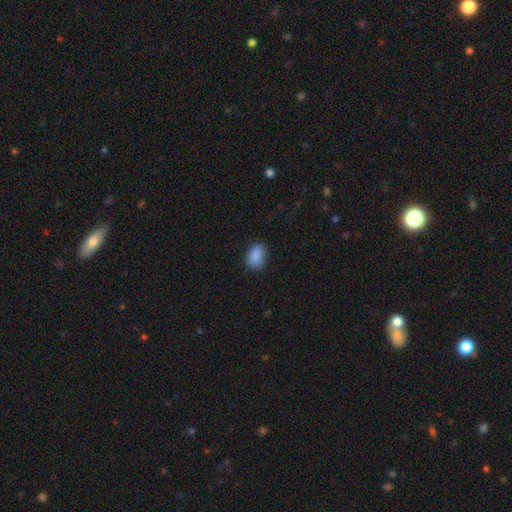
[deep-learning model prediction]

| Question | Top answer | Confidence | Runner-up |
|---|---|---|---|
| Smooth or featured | smooth | 88% | star or artifact (8%) |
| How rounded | in between | 76% | round (23%) |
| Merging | none | 76% | minor disturbance (19%) |